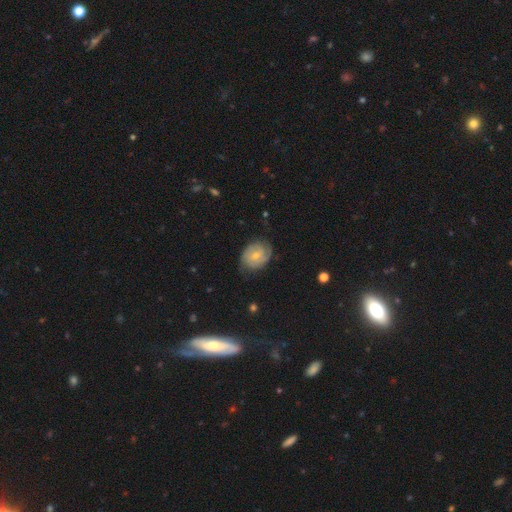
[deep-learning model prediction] A featured or disk galaxy (72%) with no bar (54%), 2 (56%) tight (58%) spiral arms (92%) and a small central bulge (60%). Merging: none (70%).